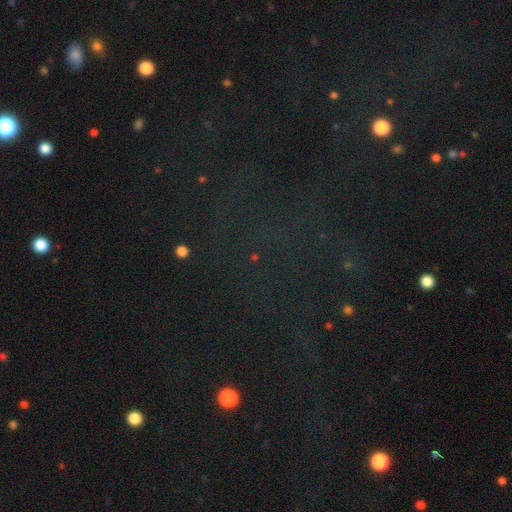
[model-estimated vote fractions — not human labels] Q: Smooth or featured?
A: star or artifact (69%); runner-up: smooth (19%)